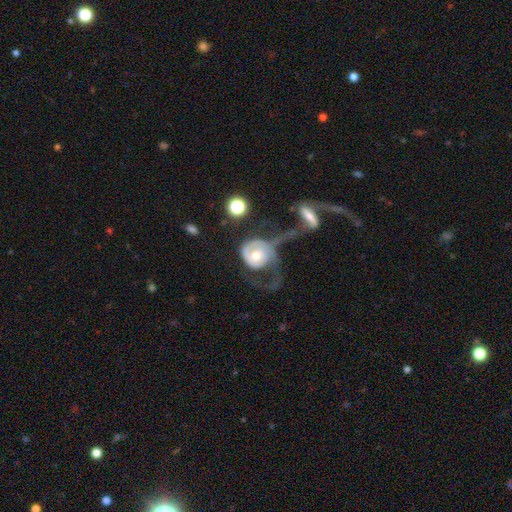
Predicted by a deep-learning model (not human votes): This is likely a featured or disk galaxy (65%). It is clearly not viewed edge-on (96%). Bar: likely no (79%). Spiral arm pattern: likely yes (69%). Central bulge: likely moderate (67%). Merging: possibly major disturbance (51%).